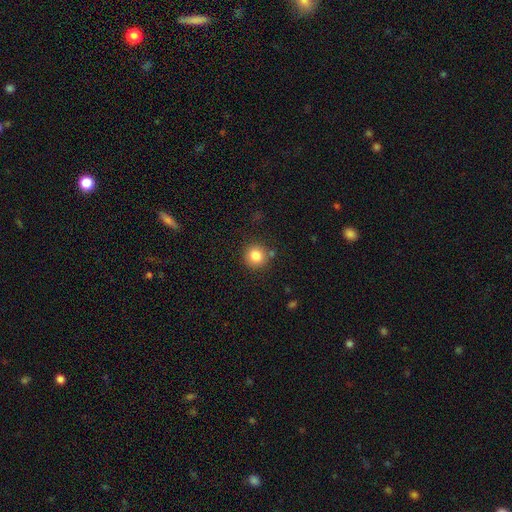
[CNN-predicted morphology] A smooth galaxy with no disk features (82%) that is round (93%).

Vote fractions:
- Smooth or featured? smooth: 82% / star or artifact: 11% / featured or disk: 7%
- How rounded? round: 93% / in between: 6% / cigar-shaped: 1%
- Merging? none: 84% / minor disturbance: 9% / merger: 5% / major disturbance: 3%